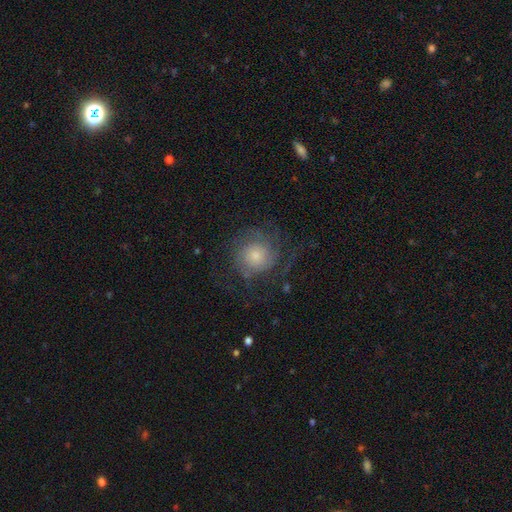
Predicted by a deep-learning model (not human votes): featured or disk 60%, smooth 31%, star or artifact 9%. Down the decision tree: edge-on disk — no (97%); bar — no (79%); spiral arms — yes (87%); spiral arm count — can't tell (37%); spiral winding — tight (48%); bulge size — small (43%); merging — none (62%).